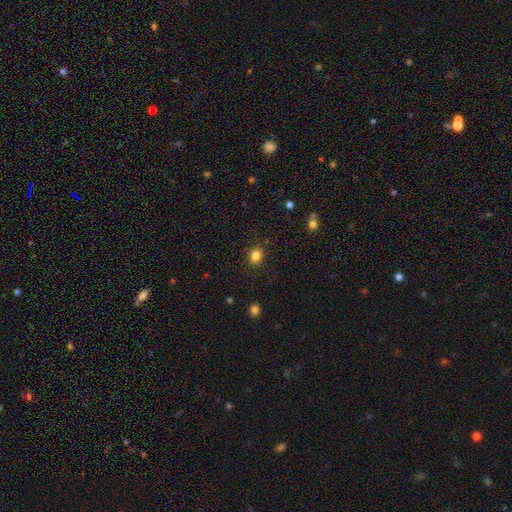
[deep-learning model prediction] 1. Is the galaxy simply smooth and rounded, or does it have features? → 83% smooth, 12% star or artifact, 5% featured or disk.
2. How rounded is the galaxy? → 52% round, 47% in between, 1% cigar-shaped.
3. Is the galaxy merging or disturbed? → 87% none, 9% minor disturbance, 3% major disturbance, 1% merger.